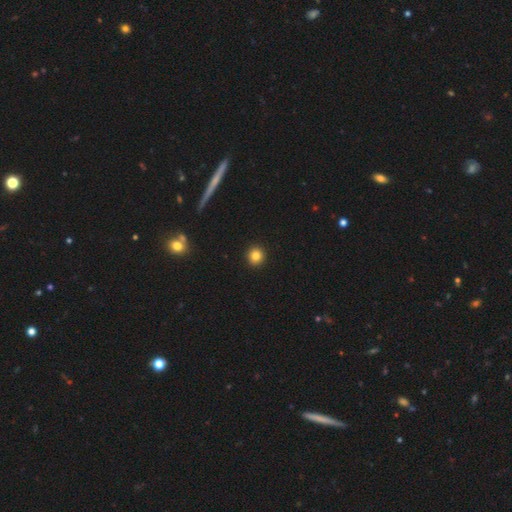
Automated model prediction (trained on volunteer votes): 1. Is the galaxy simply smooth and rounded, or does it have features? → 83% smooth, 11% star or artifact, 5% featured or disk.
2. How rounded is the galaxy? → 93% round, 6% in between, 1% cigar-shaped.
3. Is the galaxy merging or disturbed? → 93% none, 4% minor disturbance, 1% major disturbance, 1% merger.